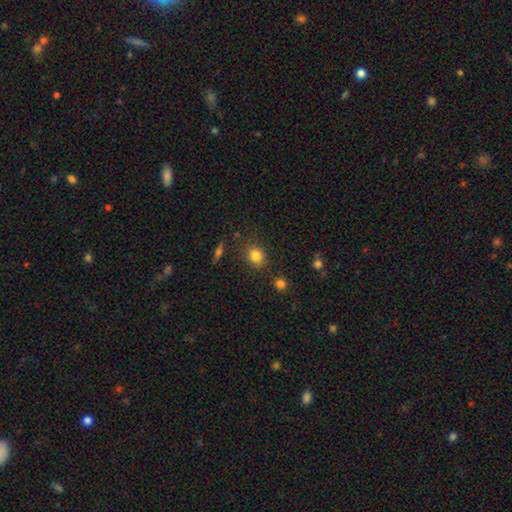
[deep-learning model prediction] smooth 82%, star or artifact 11%, featured or disk 7%. Down the decision tree: how rounded — round (61%); merging — none (79%).